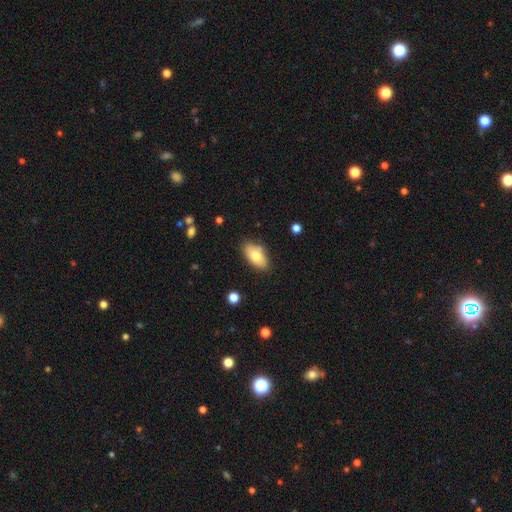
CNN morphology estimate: smooth-or-featured: smooth: 76% | featured or disk: 17% | star or artifact: 7%
  how-rounded: in between: 92% | round: 4% | cigar-shaped: 4%
  merging: none: 82% | minor disturbance: 13% | major disturbance: 3% | merger: 2%